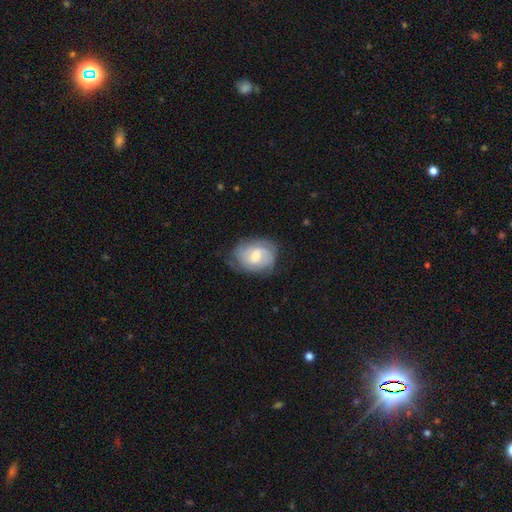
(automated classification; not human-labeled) The model was most divided on "bar": weak: 51%, no: 39%, strong: 10%. More confident: edge-on disk — no (97%); spiral arms — yes (82%); merging — none (61%); bulge size — moderate (57%); smooth or featured — featured or disk (55%).